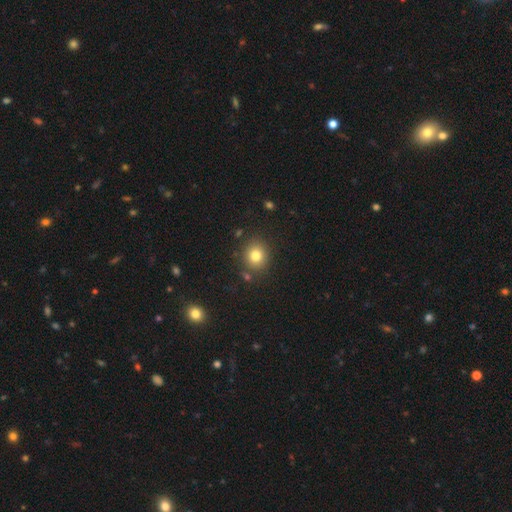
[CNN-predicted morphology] Smooth or featured? Predicted: smooth (p=0.79). How rounded? Predicted: round (p=0.82). Merging? Predicted: none (p=0.84).